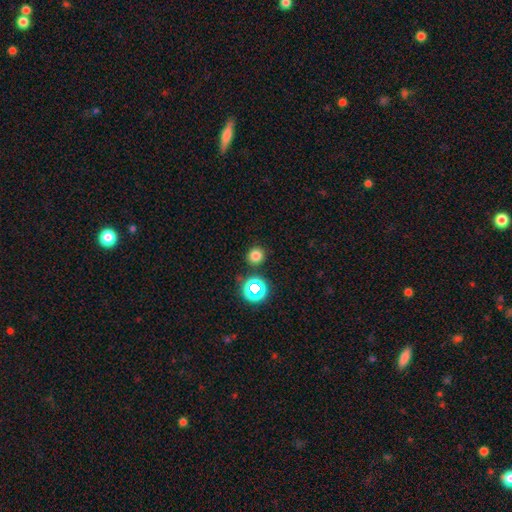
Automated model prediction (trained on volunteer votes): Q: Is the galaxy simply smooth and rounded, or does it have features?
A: smooth — 76%.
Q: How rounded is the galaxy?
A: round — 91%.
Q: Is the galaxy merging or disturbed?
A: none — 87%.